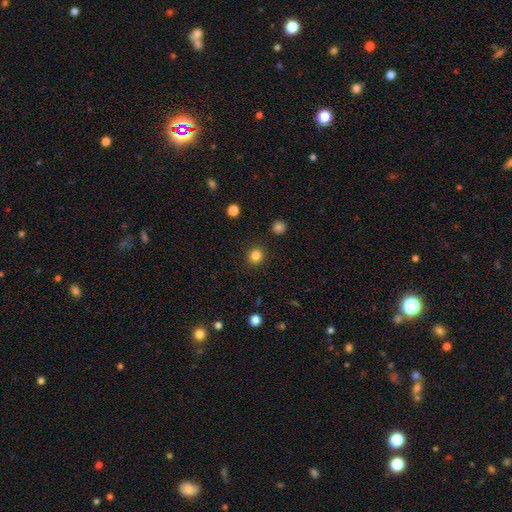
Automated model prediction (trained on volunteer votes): A smooth galaxy with no disk features (83%) that is round (89%). Merging: none (90%).